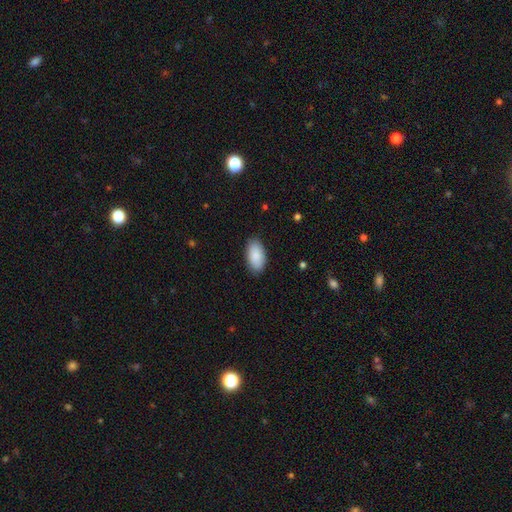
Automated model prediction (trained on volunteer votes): This appears to be a smooth galaxy with no disk features (89%) that is in between round and cigar-shaped (95%). Merging: none (87%).